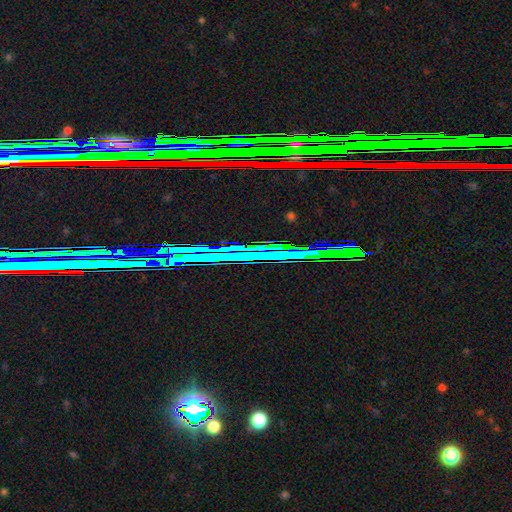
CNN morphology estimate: Smooth or featured? star or artifact (77%)